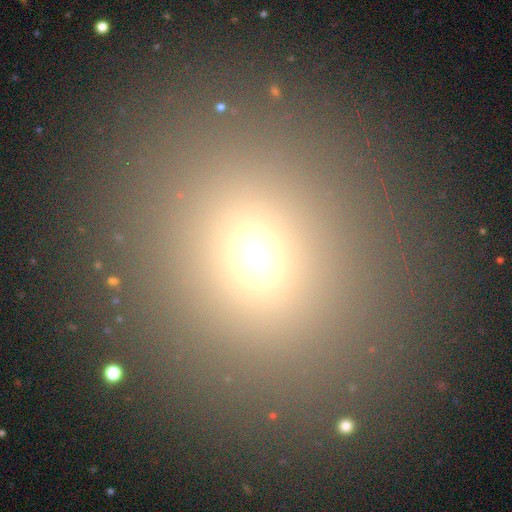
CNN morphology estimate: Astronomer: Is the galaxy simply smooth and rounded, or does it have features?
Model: smooth — 67%.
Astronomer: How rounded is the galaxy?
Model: round — 74%.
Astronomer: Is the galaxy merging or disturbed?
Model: none — 84%.